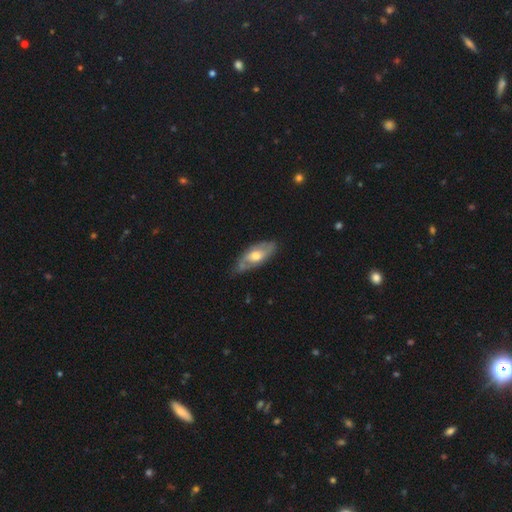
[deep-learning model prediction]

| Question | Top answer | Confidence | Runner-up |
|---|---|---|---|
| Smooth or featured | featured or disk | 52% | smooth (42%) |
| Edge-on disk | no | 75% | yes (25%) |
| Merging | none | 62% | minor disturbance (28%) |